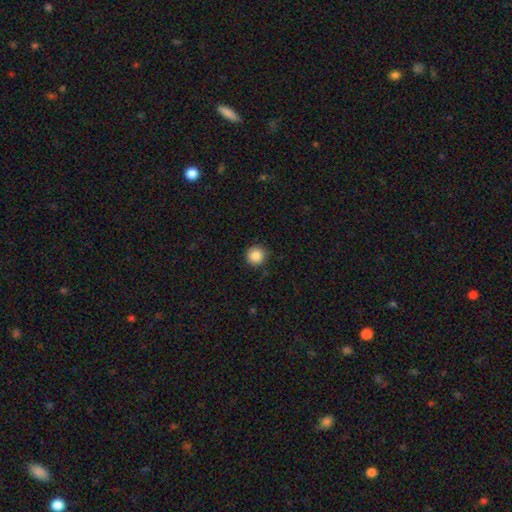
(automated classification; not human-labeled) Q: Smooth or featured?
A: smooth (87%); runner-up: star or artifact (10%)
Q: How rounded?
A: round (95%); runner-up: in between (4%)
Q: Merging?
A: none (90%); runner-up: minor disturbance (7%)